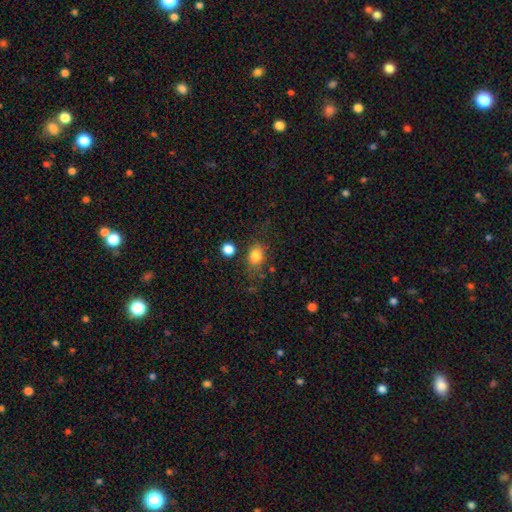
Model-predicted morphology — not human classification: The model was most divided on "how rounded": in between: 60%, round: 39%, cigar-shaped: 1%. More confident: smooth or featured — smooth (83%); merging — none (70%).